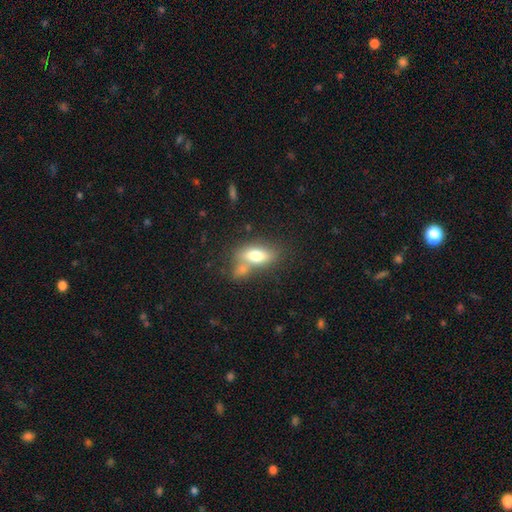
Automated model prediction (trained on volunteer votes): Smooth or featured: smooth — 72% (featured or disk — 21%)
How rounded: in between — 80% (cigar-shaped — 15%)
Merging: none — 47% (merger — 33%)